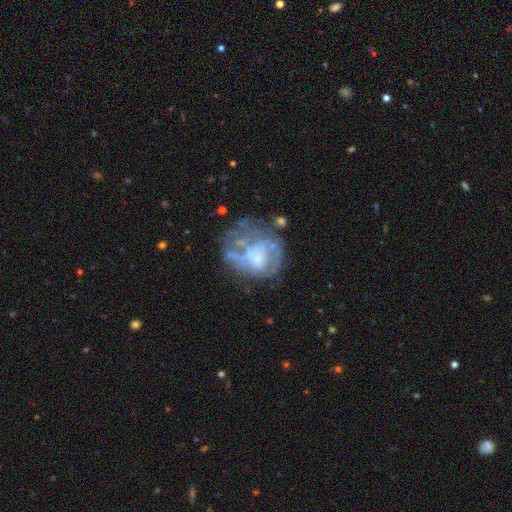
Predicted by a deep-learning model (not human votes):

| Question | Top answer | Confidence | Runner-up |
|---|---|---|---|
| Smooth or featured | featured or disk | 67% | smooth (23%) |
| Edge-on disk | no | 98% | yes (2%) |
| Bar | no | 86% | weak (11%) |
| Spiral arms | no | 79% | yes (21%) |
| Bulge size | none | 49% | moderate (22%) |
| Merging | none | 40% | major disturbance (29%) |